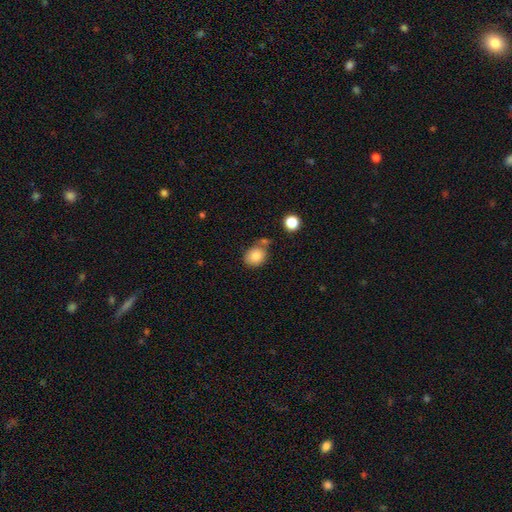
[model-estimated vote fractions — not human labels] smooth-or-featured: smooth: 82% | featured or disk: 9% | star or artifact: 9%
  how-rounded: round: 57% | in between: 42% | cigar-shaped: 1%
  merging: none: 58% | merger: 19% | minor disturbance: 18% | major disturbance: 5%